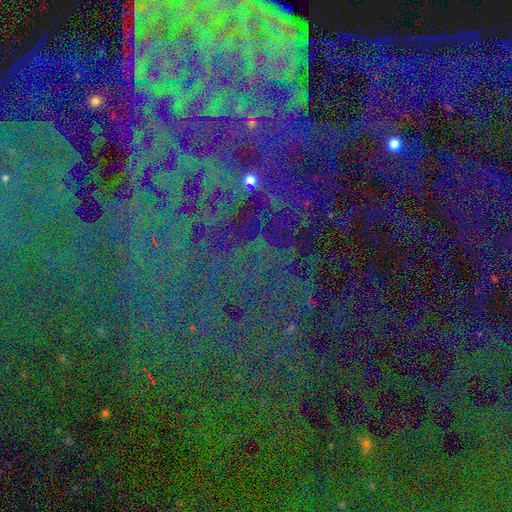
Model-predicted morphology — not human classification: A star or artifact, not a galaxy (80%).